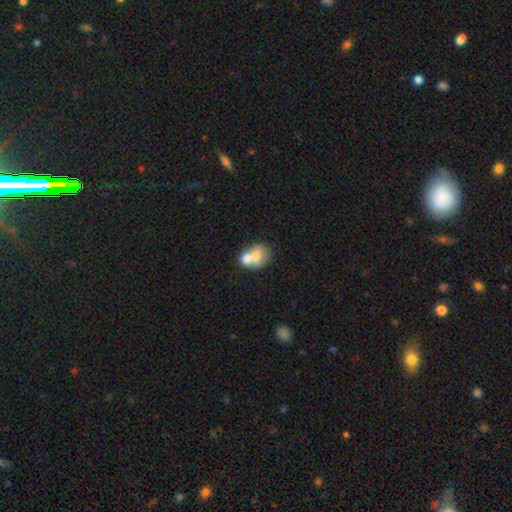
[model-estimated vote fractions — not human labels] A smooth galaxy with no disk features (67%) that is in between round and cigar-shaped (54%). Merging: merger (63%).